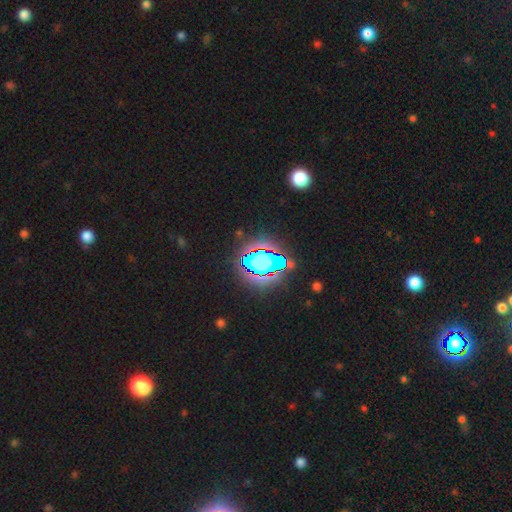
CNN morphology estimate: This is likely a star or artifact rather than a galaxy (73%).